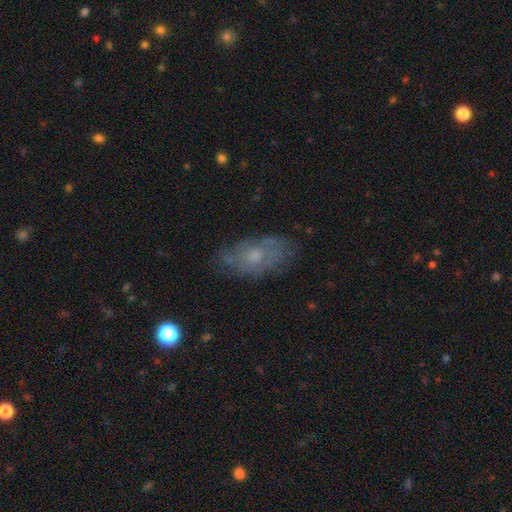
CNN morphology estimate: featured or disk 49%, smooth 41%, star or artifact 10%. Down the decision tree: merging — none (69%).